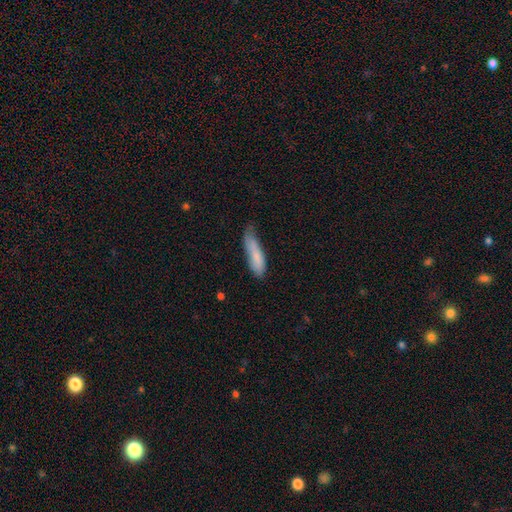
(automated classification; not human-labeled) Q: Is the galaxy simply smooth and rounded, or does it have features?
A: smooth — 81%.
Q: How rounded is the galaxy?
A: cigar-shaped — 71%.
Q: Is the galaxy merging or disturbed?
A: none — 49%.